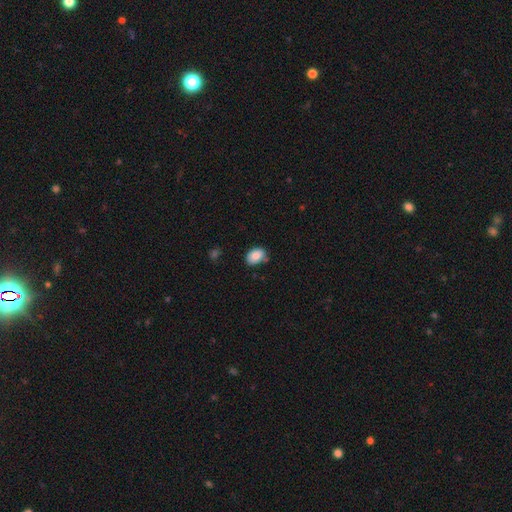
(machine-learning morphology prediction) A smooth galaxy with no disk features (86%) that is in between round and cigar-shaped (81%). Merging: none (71%).